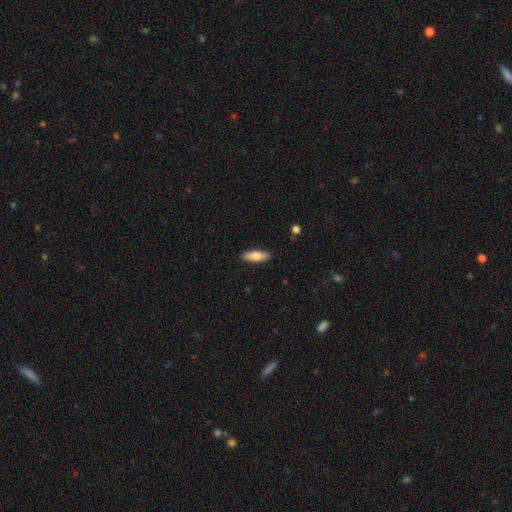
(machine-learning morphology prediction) A smooth galaxy with no disk features (79%) that is in between round and cigar-shaped (60%). Merging: none (89%).